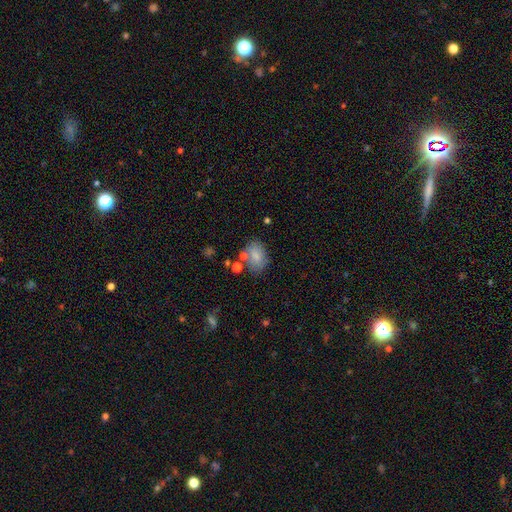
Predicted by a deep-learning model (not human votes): A smooth galaxy with no disk features (78%) that is in between round and cigar-shaped (78%).

Vote fractions:
- Smooth or featured? smooth: 78% / featured or disk: 13% / star or artifact: 10%
- How rounded? in between: 78% / round: 21% / cigar-shaped: 1%
- Merging? none: 66% / minor disturbance: 17% / merger: 11% / major disturbance: 6%